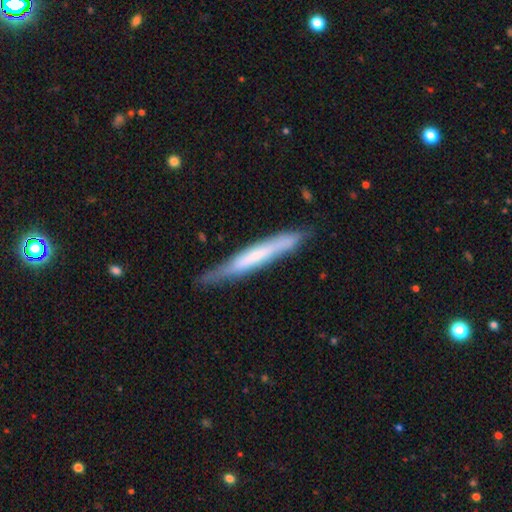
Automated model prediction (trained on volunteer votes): Smooth or featured: smooth — 48% (featured or disk — 46%)
Merging: none — 78% (minor disturbance — 17%)